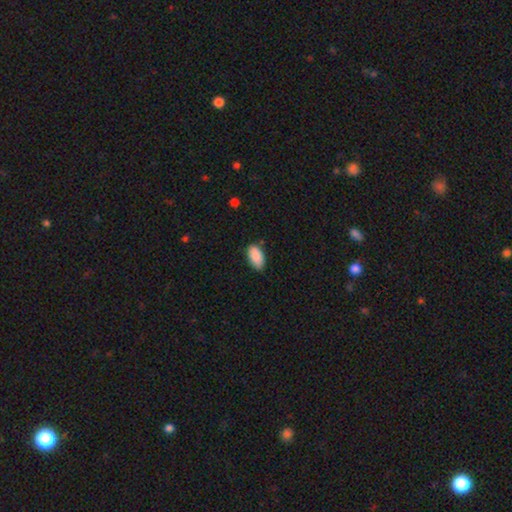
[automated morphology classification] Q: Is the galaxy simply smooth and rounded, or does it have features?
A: smooth — 89%.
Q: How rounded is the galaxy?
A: in between — 95%.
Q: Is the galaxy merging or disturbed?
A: none — 78%.